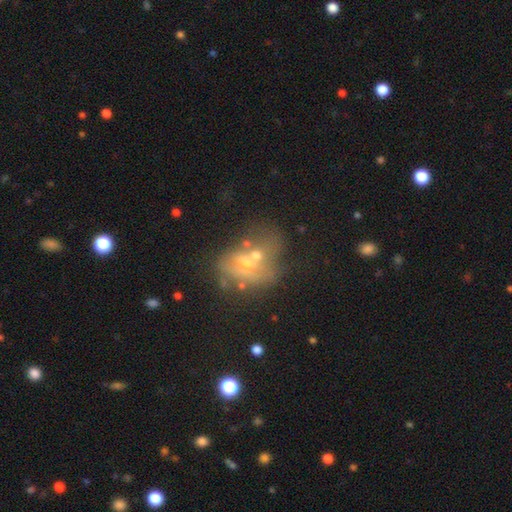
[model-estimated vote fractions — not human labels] This is marginally a featured or disk galaxy (42%, tied with smooth). Merging: possibly merger (51%).